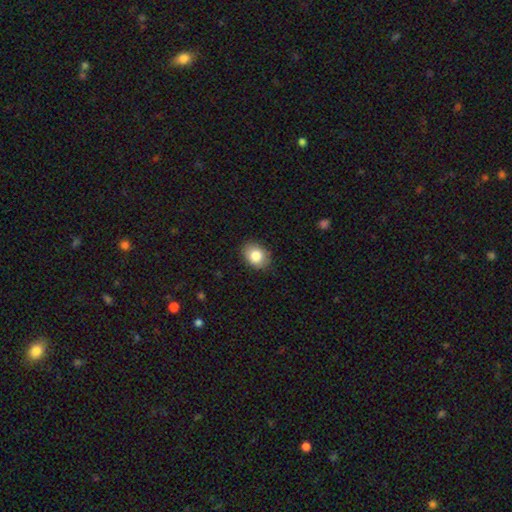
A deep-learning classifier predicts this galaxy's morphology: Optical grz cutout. It shows a smooth galaxy with no disk features (83%) that is in between round and cigar-shaped (63%). Merging: none (86%).